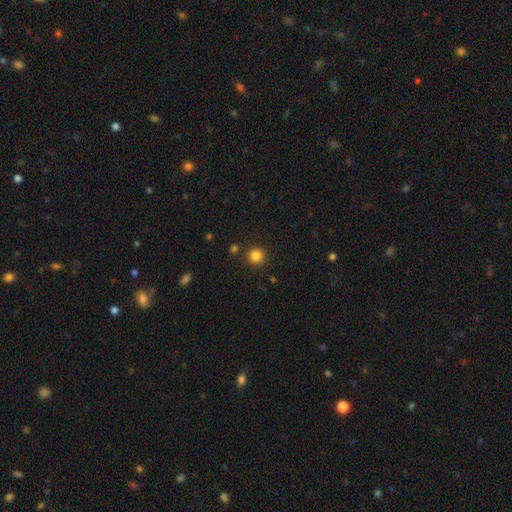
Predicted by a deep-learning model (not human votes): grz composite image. It shows a smooth galaxy with no disk features (83%) that is round (94%). Merging: none (89%).